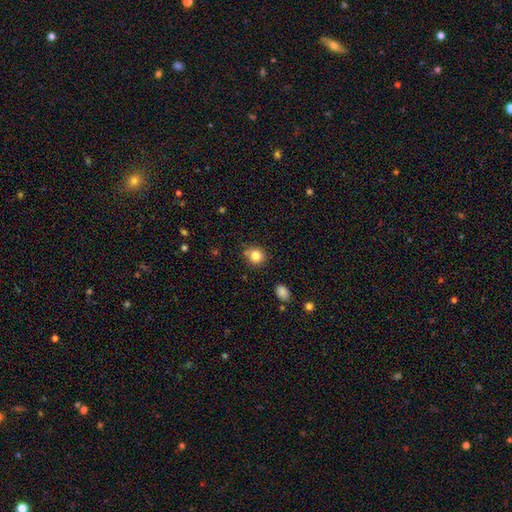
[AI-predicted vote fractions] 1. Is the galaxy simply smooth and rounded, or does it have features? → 83% smooth, 11% star or artifact, 6% featured or disk.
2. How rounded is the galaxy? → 83% round, 16% in between, 1% cigar-shaped.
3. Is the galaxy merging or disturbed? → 79% none, 14% minor disturbance, 3% merger, 3% major disturbance.